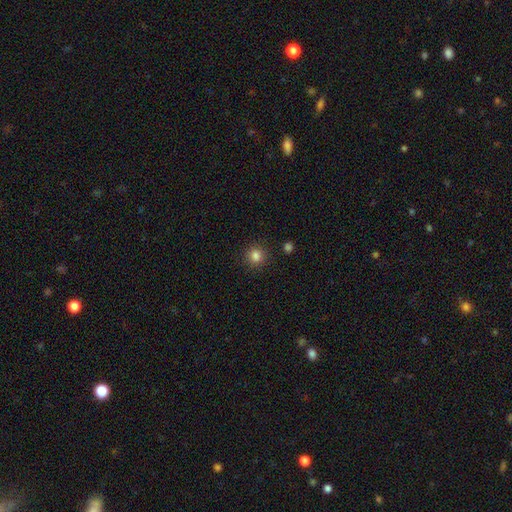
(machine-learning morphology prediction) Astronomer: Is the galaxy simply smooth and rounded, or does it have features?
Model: smooth — 84%.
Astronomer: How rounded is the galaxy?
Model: round — 90%.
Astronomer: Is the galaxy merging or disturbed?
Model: none — 88%.